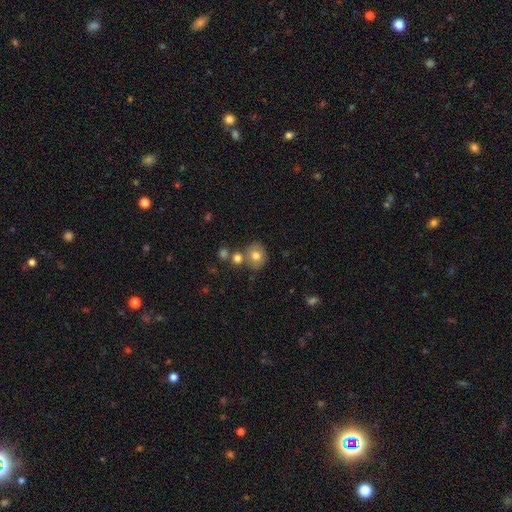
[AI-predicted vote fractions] The model was most divided on "merging": none: 65%, merger: 21%, minor disturbance: 11%, major disturbance: 3%. More confident: how rounded — round (82%); smooth or featured — smooth (74%).